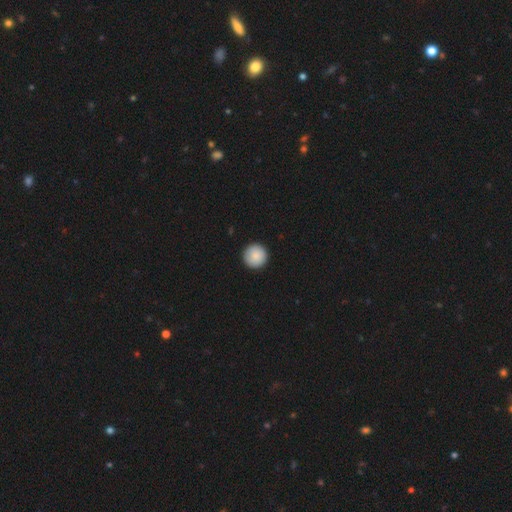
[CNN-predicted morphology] Smooth or featured: smooth — 89% (star or artifact — 6%)
How rounded: round — 96% (in between — 3%)
Merging: none — 93% (minor disturbance — 5%)